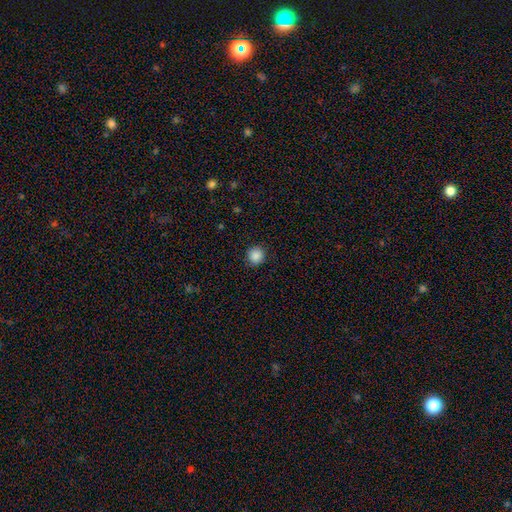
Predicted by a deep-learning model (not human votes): Smooth or featured: smooth — 87% (star or artifact — 10%)
How rounded: round — 91% (in between — 8%)
Merging: none — 90% (minor disturbance — 7%)